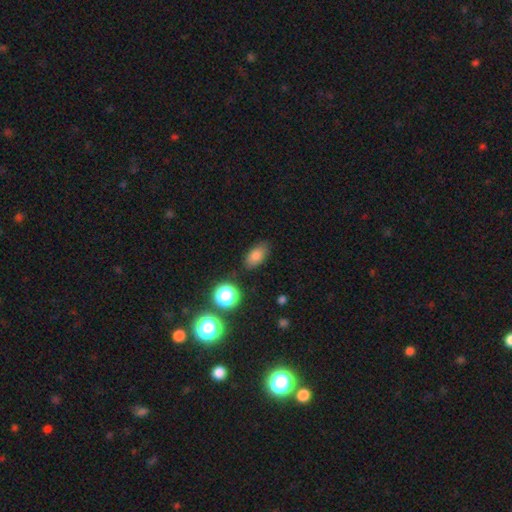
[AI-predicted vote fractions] Q: Smooth or featured?
A: smooth (78%); runner-up: star or artifact (13%)
Q: How rounded?
A: in between (87%); runner-up: round (9%)
Q: Merging?
A: none (82%); runner-up: minor disturbance (13%)